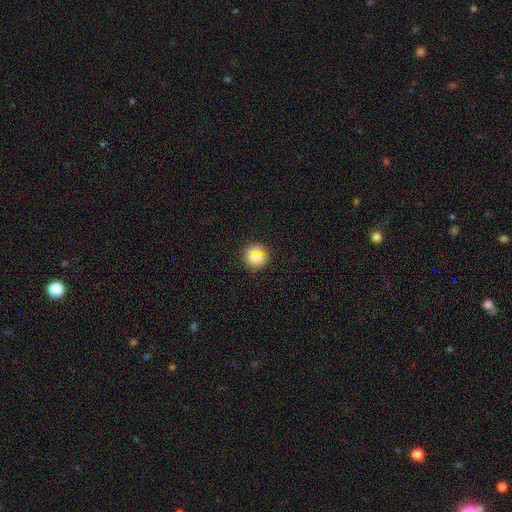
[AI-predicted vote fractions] The model was most divided on "smooth or featured": smooth: 73%, star or artifact: 20%, featured or disk: 7%. More confident: how rounded — round (91%); merging — none (88%).